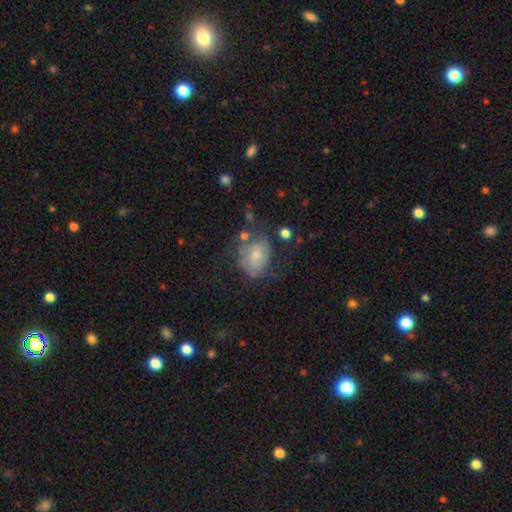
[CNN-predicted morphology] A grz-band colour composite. It shows a smooth galaxy with no disk features (46%). Merging: none (41%).